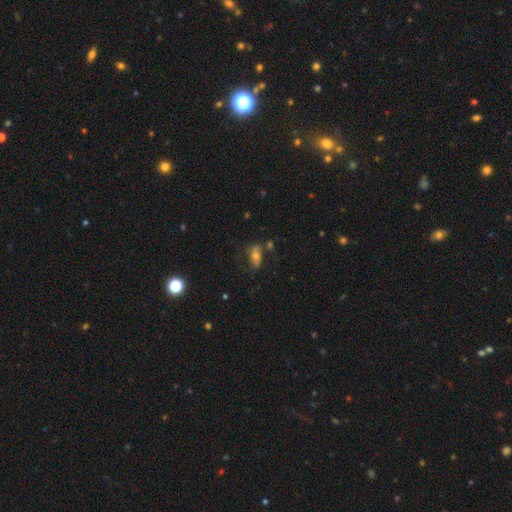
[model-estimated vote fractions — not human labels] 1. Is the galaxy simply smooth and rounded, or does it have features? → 59% smooth, 30% featured or disk, 11% star or artifact.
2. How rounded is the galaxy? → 85% in between, 8% cigar-shaped, 7% round.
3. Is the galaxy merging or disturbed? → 55% none, 24% minor disturbance, 13% major disturbance, 8% merger.